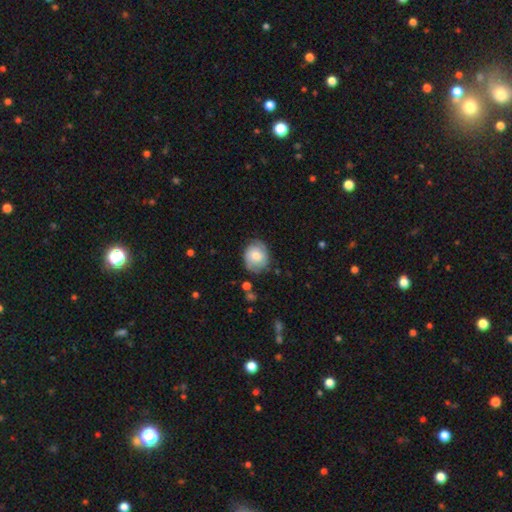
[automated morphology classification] The model was most divided on "how rounded": round: 67%, in between: 32%, cigar-shaped: 1%. More confident: merging — none (71%); smooth or featured — smooth (66%).